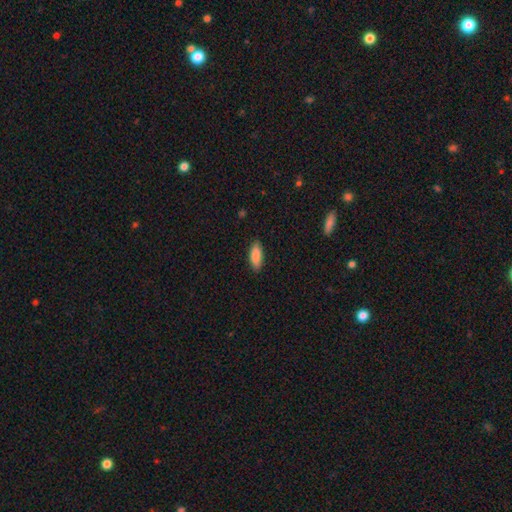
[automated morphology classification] The model was most divided on "how rounded": in between: 67%, cigar-shaped: 31%, round: 2%. More confident: smooth or featured — smooth (88%); merging — none (87%).